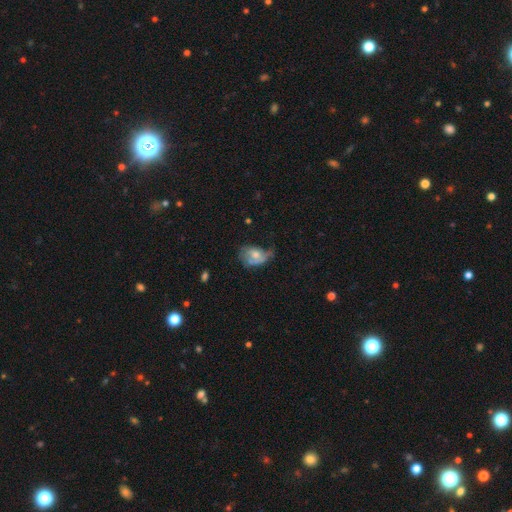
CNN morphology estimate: Smooth or featured?
  - smooth: 50% *
  - featured or disk: 41%
  - star or artifact: 9%
How rounded?
  - in between: 77% *
  - round: 21%
  - cigar-shaped: 1%
Merging?
  - minor disturbance: 36% *
  - major disturbance: 31%
  - none: 28%
  - merger: 5%